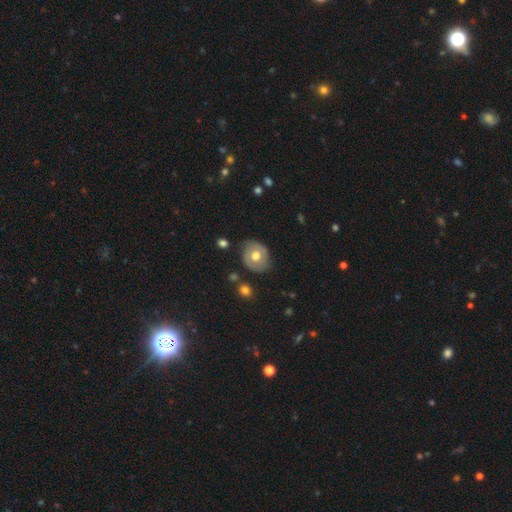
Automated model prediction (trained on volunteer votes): smooth-or-featured: smooth: 49% | featured or disk: 45% | star or artifact: 7%
  merging: none: 77% | minor disturbance: 16% | major disturbance: 4% | merger: 2%